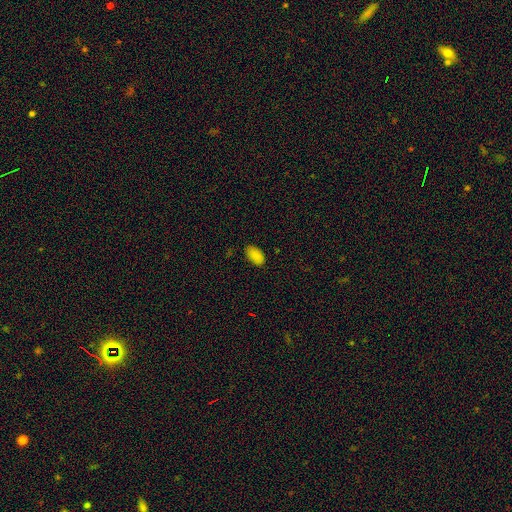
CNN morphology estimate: type=smooth (86%); roundness=in between (94%); merging=none (84%).